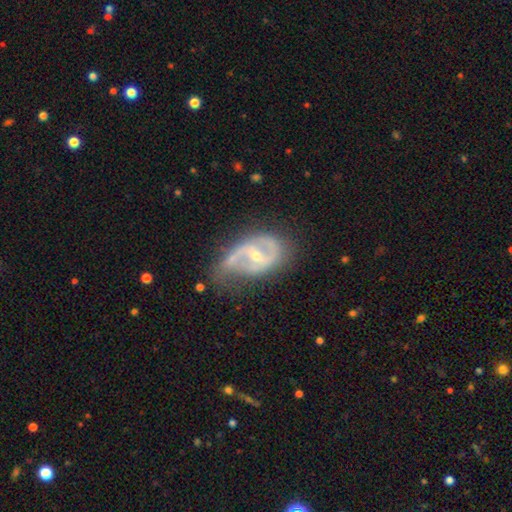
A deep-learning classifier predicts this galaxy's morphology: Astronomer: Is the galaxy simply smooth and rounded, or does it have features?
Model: featured or disk — 83%.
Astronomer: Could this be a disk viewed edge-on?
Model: no — 96%.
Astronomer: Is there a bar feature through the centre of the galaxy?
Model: weak — 40% (runner-up: strong, 35%).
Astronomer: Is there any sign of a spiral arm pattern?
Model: yes — 84%.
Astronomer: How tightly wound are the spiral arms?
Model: medium — 47% (runner-up: loose, 30%).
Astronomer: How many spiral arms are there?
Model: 2 — 72%.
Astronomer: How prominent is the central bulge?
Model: small — 53% (runner-up: moderate, 44%).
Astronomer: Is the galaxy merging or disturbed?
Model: none — 42% (runner-up: minor disturbance, 33%).